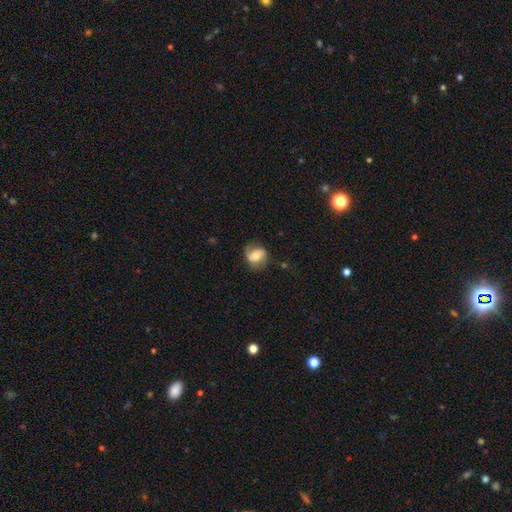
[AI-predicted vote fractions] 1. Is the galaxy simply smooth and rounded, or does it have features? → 50% smooth, 42% featured or disk, 8% star or artifact.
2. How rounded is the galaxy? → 56% round, 42% in between, 1% cigar-shaped.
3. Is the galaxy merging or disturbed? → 62% none, 24% minor disturbance, 11% major disturbance, 2% merger.